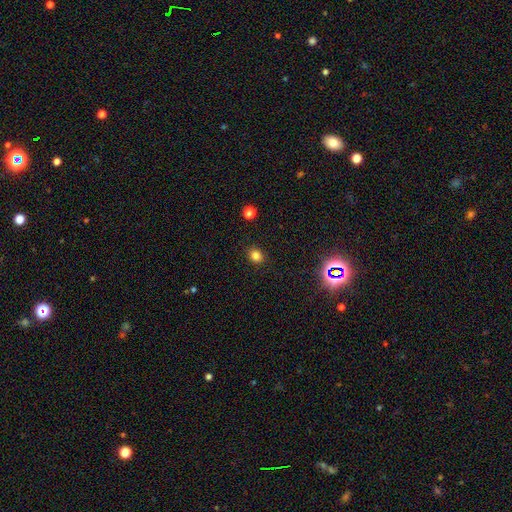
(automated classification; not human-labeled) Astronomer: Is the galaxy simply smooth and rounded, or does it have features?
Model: smooth — 81%.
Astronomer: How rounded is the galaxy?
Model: round — 67%.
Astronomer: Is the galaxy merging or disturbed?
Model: none — 89%.